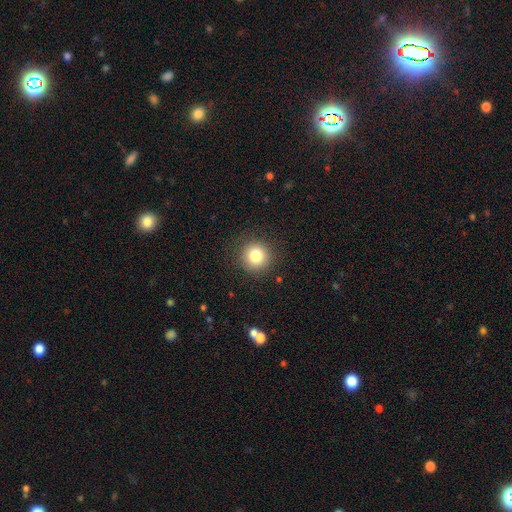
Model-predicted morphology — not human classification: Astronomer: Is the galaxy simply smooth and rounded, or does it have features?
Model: smooth — 81%.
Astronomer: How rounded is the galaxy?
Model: round — 94%.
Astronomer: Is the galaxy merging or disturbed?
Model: none — 90%.